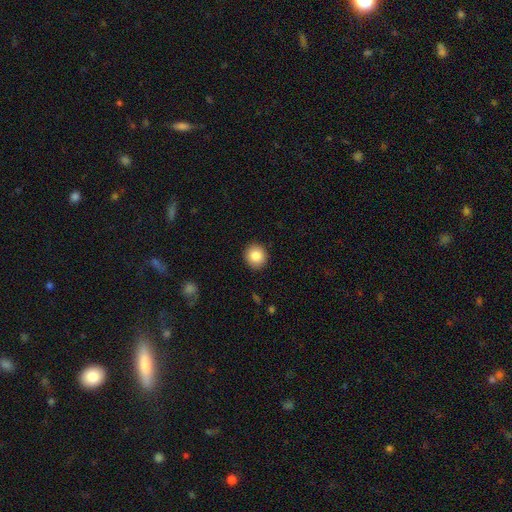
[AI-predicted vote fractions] A smooth galaxy with no disk features (85%) that is round (90%). Merging: none (91%).